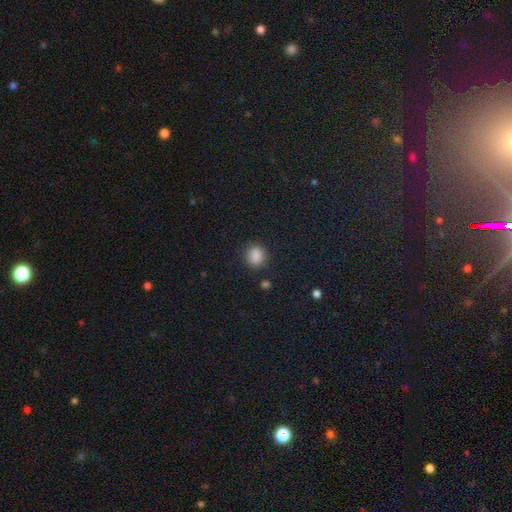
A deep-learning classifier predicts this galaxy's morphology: Smooth or featured: smooth — 87% (star or artifact — 10%)
How rounded: round — 58% (in between — 41%)
Merging: none — 85% (minor disturbance — 10%)